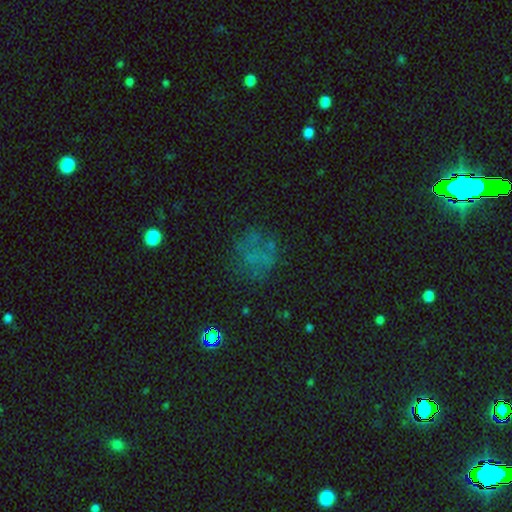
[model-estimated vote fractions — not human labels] This is marginally a smooth galaxy (44%). Merging: likely none (64%).